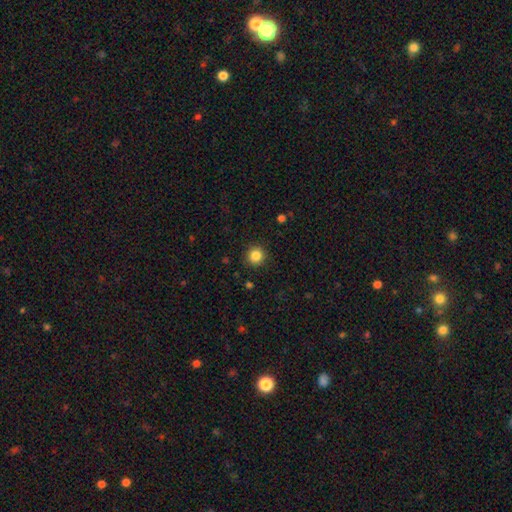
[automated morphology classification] smooth-or-featured: smooth: 85% | star or artifact: 11% | featured or disk: 4%
  how-rounded: round: 95% | in between: 4% | cigar-shaped: 1%
  merging: none: 91% | minor disturbance: 5% | major disturbance: 2% | merger: 1%